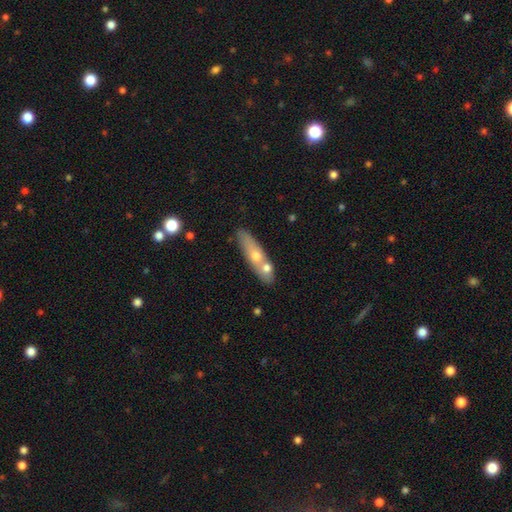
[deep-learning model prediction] Smooth or featured? Predicted: smooth (p=0.52). How rounded? Predicted: cigar-shaped (p=0.65). Merging? Predicted: none (p=0.54).